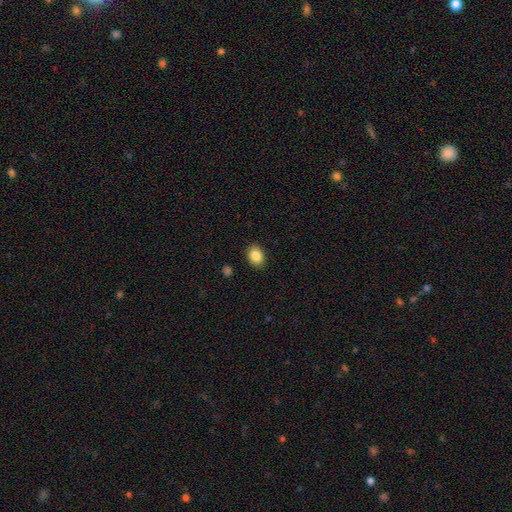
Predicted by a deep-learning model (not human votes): The model was most divided on "how rounded": in between: 67%, round: 32%, cigar-shaped: 1%. More confident: merging — none (88%); smooth or featured — smooth (86%).